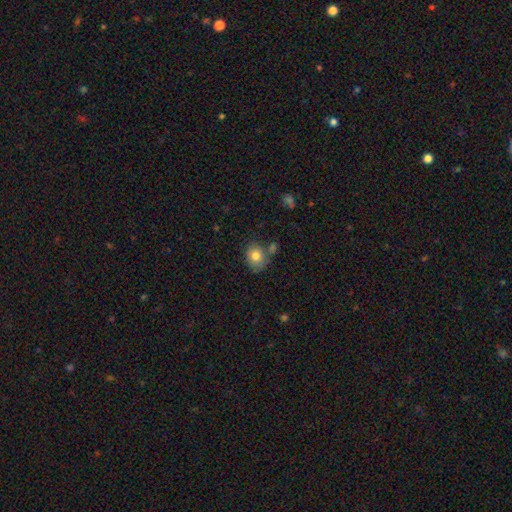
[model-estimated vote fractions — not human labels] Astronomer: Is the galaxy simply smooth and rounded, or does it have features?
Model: smooth — 79%.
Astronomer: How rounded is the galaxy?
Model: round — 64%.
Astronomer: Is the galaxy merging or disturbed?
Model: none — 64%.